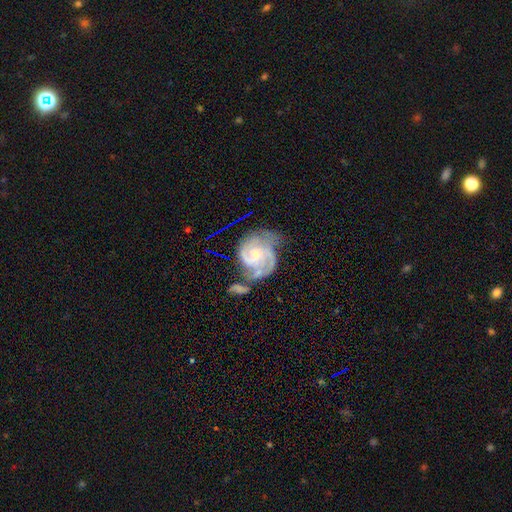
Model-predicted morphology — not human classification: Smooth or featured? featured or disk (88%)
Edge-on disk? no (98%)
Bar? no (59%)
Spiral arms? yes (97%)
Spiral winding? tight (49%)
Spiral arm count? 2 (49%)
Bulge size? small (63%)
Merging? none (42%)